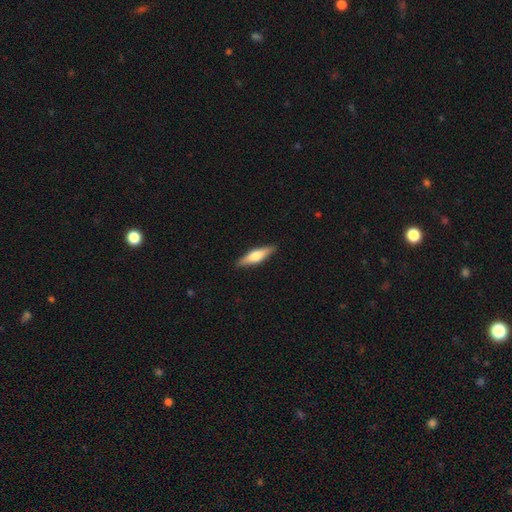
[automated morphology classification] Smooth or featured? smooth (50%)
Merging? none (89%)